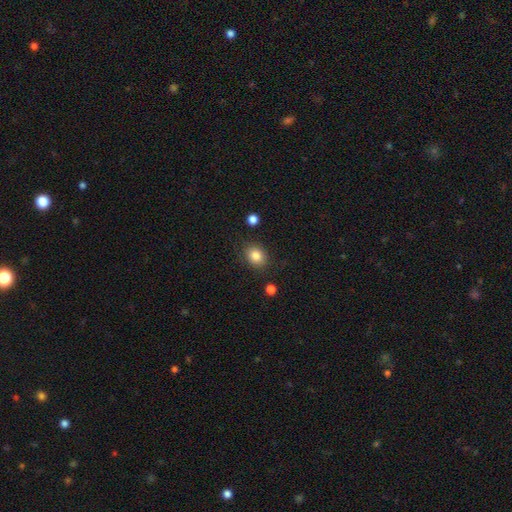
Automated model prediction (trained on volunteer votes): This appears to be a smooth galaxy with no disk features (84%) that is round (50%). Merging: none (84%).